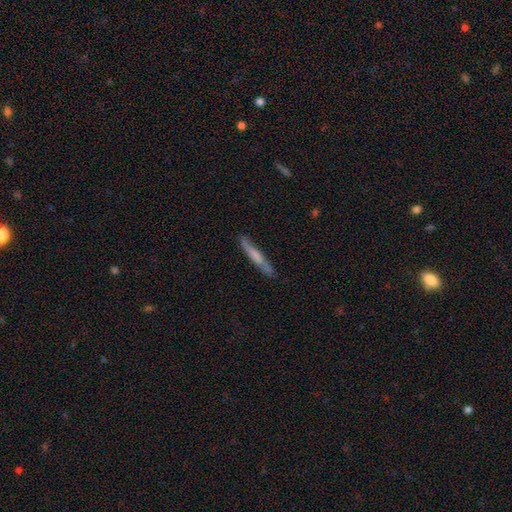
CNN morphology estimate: This appears to be a smooth galaxy with no disk features (51%) that is cigar-shaped (94%). Merging: none (79%).